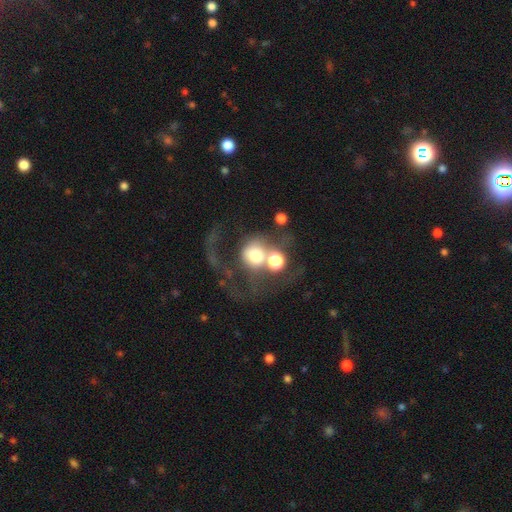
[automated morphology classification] Overall: smooth (53%; featured or disk 33%). How rounded: round (79%). Merging: merger (44%; major disturbance 29%).